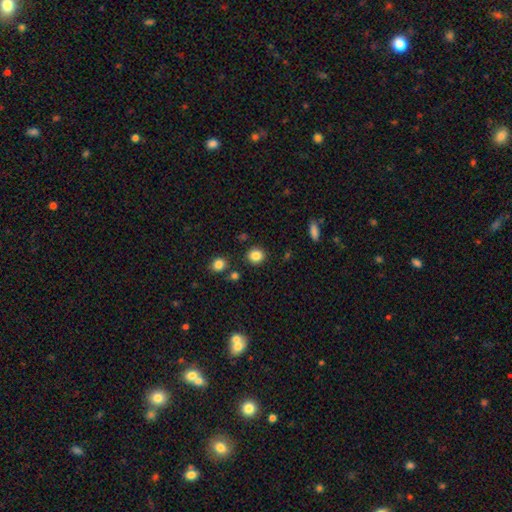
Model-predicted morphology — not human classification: This is clearly a smooth galaxy (85%). How rounded: clearly round (86%). Merging: clearly none (88%).